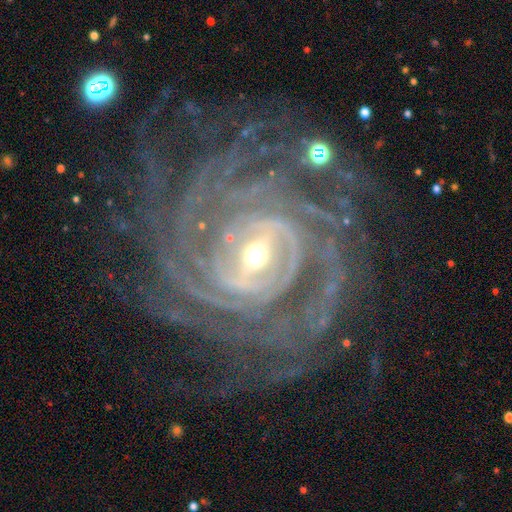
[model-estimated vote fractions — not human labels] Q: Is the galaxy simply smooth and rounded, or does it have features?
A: featured or disk — 92%.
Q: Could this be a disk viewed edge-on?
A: no — 97%.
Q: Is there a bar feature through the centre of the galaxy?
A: strong — 43%.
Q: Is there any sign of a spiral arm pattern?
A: yes — 98%.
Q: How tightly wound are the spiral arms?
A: tight — 76%.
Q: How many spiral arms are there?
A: more than 4 — 26%.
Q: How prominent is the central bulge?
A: small — 50%.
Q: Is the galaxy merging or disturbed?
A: none — 72%.